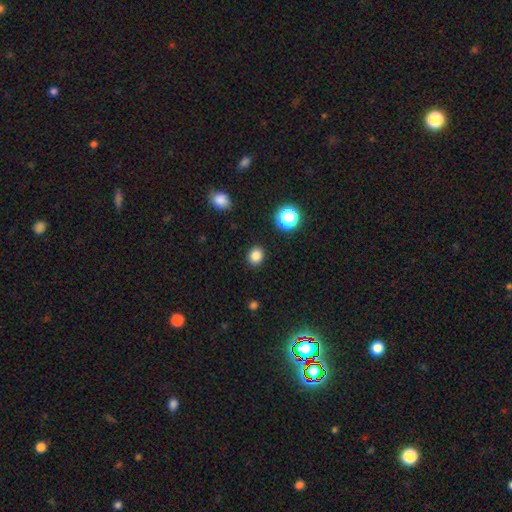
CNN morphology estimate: Smooth or featured? Predicted: smooth (p=0.83). How rounded? Predicted: round (p=0.68). Merging? Predicted: none (p=0.89).